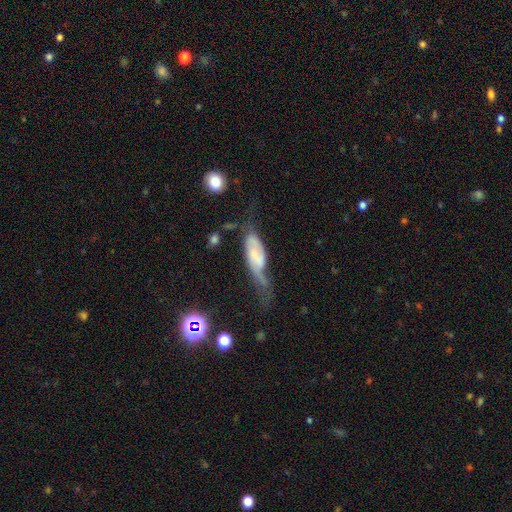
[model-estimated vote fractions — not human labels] The model was most divided on "merging": major disturbance: 38%, minor disturbance: 28%, none: 28%, merger: 6%. More confident: edge-on disk — no (75%); smooth or featured — featured or disk (56%).